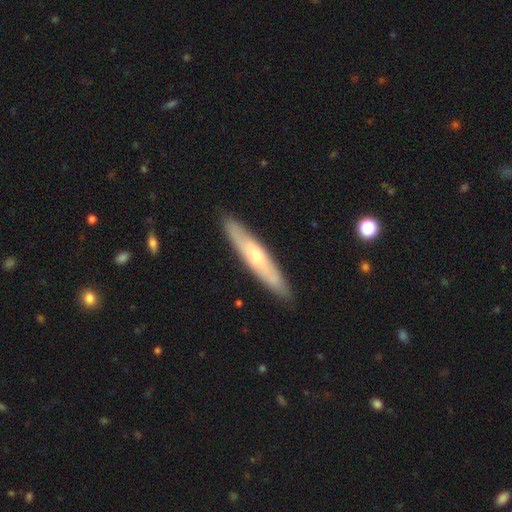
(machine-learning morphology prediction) smooth 48%, featured or disk 47%, star or artifact 5%. Down the decision tree: merging — none (88%).